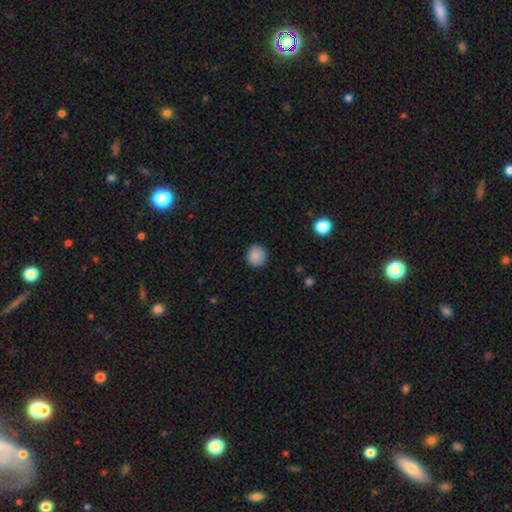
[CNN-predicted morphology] Smooth or featured: smooth — 87% (star or artifact — 9%)
How rounded: round — 91% (in between — 8%)
Merging: none — 89% (minor disturbance — 8%)